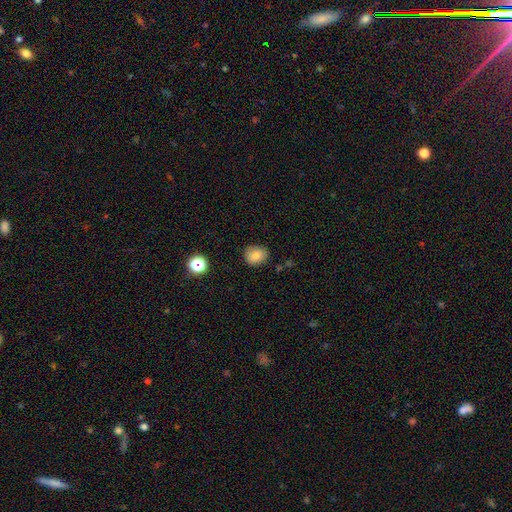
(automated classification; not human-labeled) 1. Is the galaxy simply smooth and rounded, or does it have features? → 82% smooth, 10% star or artifact, 8% featured or disk.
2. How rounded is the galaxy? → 59% round, 40% in between, 1% cigar-shaped.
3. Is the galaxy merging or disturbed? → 81% none, 14% minor disturbance, 3% major disturbance, 2% merger.